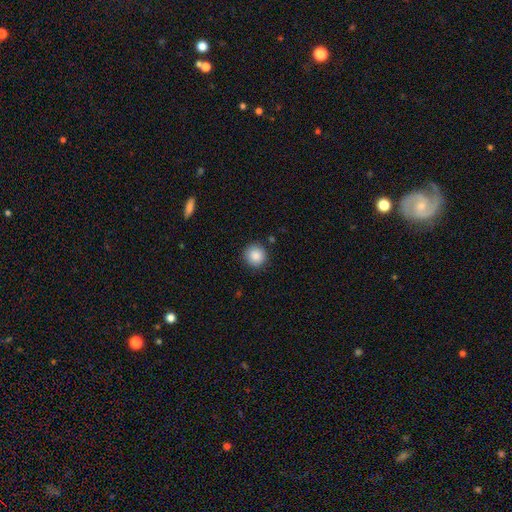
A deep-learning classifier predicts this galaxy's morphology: This is clearly a smooth galaxy (88%). How rounded: clearly round (94%). Merging: clearly none (90%).